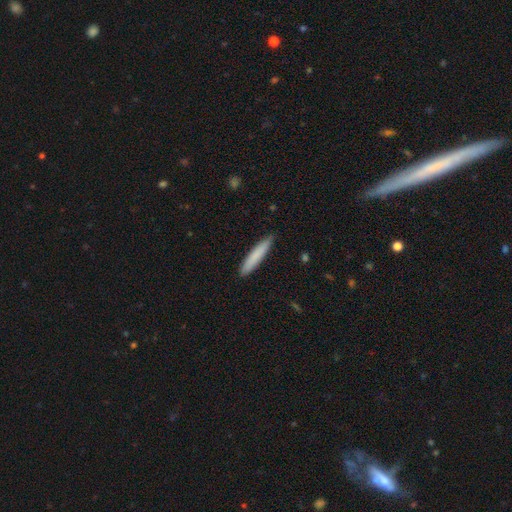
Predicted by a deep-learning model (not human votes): A smooth galaxy with no disk features (81%) that is cigar-shaped (92%). Merging: none (89%).